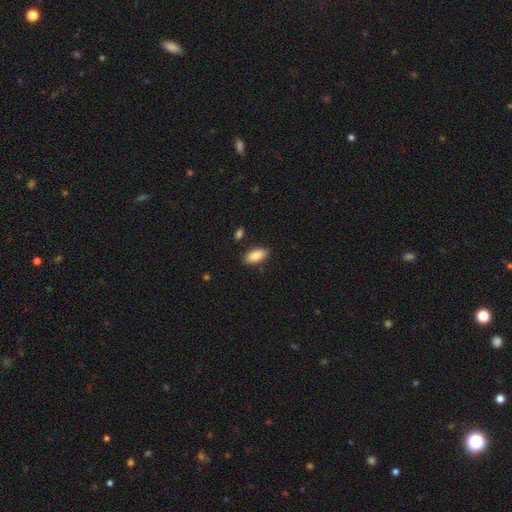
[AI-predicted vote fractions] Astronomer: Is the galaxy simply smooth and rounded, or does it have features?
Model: smooth — 88%.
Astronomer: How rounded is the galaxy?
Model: in between — 92%.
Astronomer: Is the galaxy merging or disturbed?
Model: none — 86%.